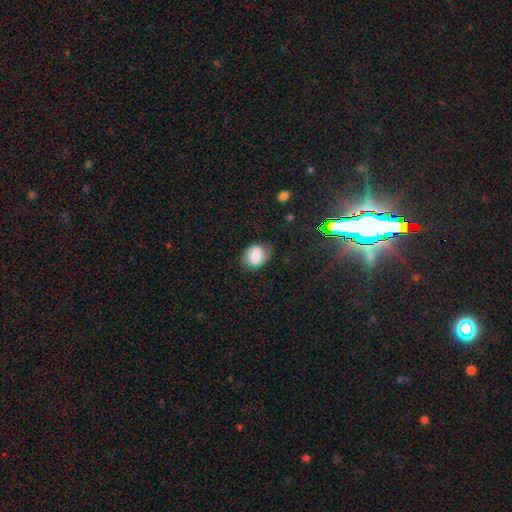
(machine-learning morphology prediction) This is likely a smooth galaxy (61%). How rounded: likely in between (65%). Merging: likely none (71%).